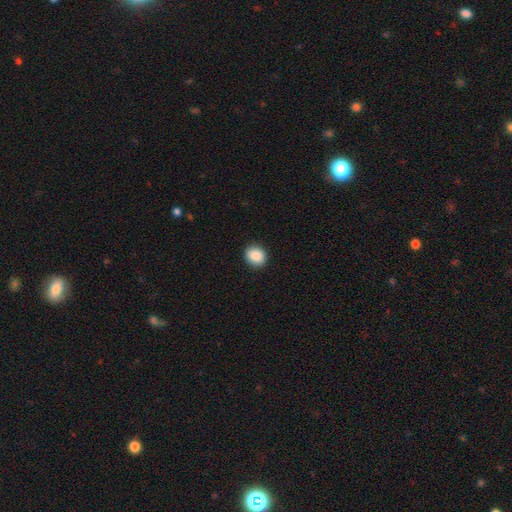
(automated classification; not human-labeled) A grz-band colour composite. It shows a smooth galaxy with no disk features (89%) that is round (60%). Merging: none (90%).